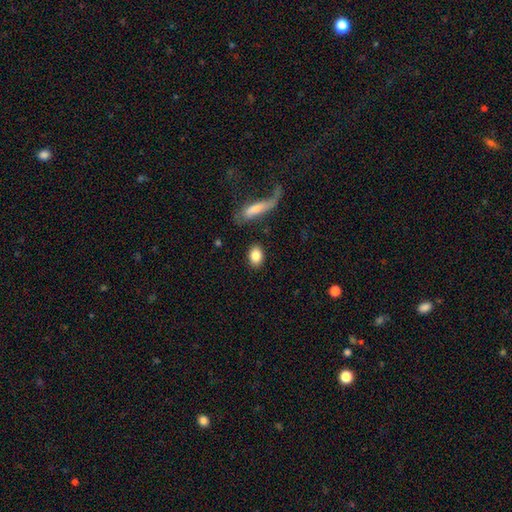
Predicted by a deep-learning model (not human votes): smooth-or-featured: smooth: 84% | featured or disk: 9% | star or artifact: 7%
  how-rounded: in between: 76% | round: 21% | cigar-shaped: 3%
  merging: none: 85% | minor disturbance: 9% | merger: 4% | major disturbance: 3%